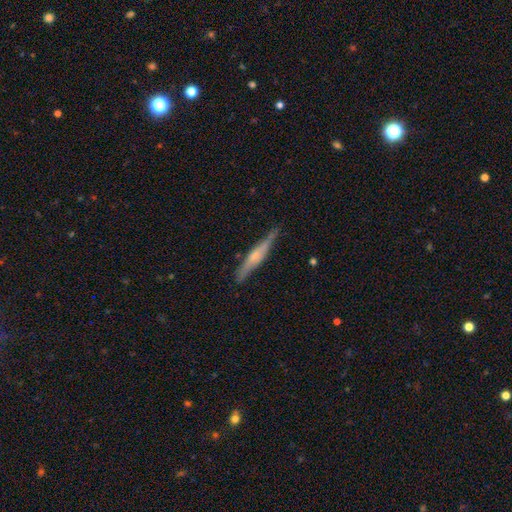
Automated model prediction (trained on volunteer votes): Overall: featured or disk (63%; smooth 32%). Edge-on disk: yes (95%). Edge-on bulge: rounded (67%). Merging: none (82%).